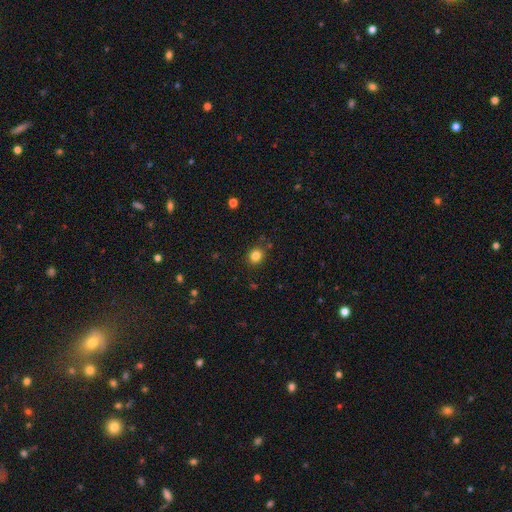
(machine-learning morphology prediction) type=smooth (83%); roundness=round (82%); merging=none (85%).